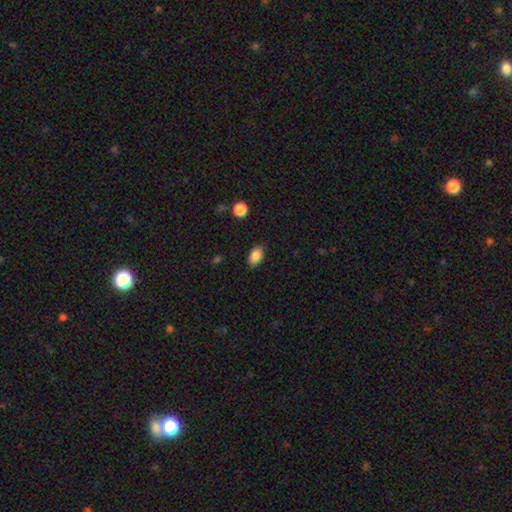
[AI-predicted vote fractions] The model was most divided on "merging": none: 85%, minor disturbance: 11%, major disturbance: 3%, merger: 1%. More confident: how rounded — in between (88%); smooth or featured — smooth (86%).